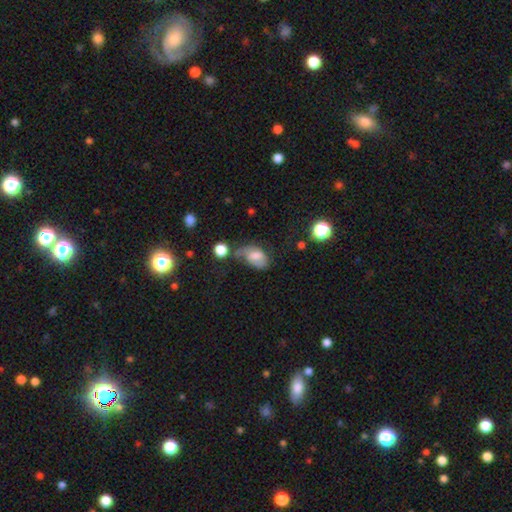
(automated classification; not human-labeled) Morphology: type=smooth (58%); roundness=in between (87%); merging=none (33%, tied with minor disturbance).